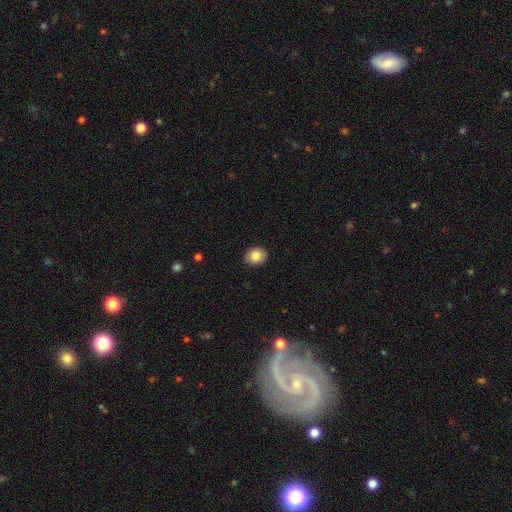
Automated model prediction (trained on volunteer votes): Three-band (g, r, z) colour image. It shows a smooth galaxy with no disk features (85%) that is round (52%). Merging: none (89%).